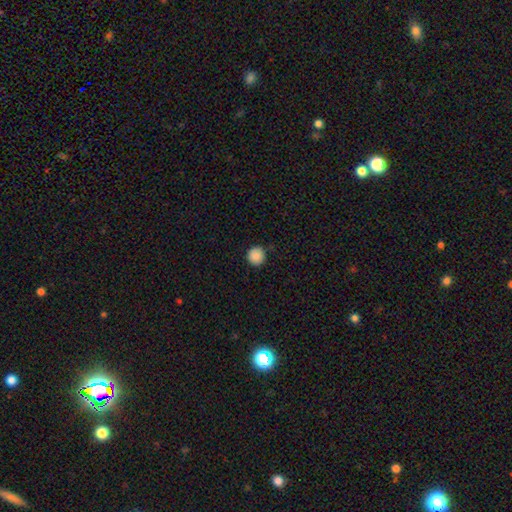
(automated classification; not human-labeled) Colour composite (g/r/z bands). It shows a smooth galaxy with no disk features (88%) that is round (95%). Merging: none (89%).